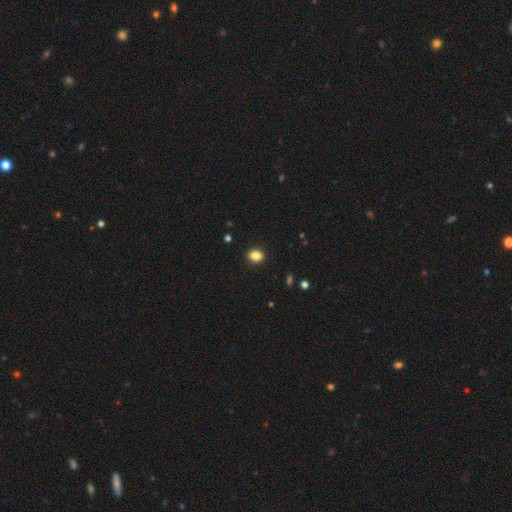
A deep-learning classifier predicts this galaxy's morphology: Overall: smooth (86%). How rounded: in between (57%; round 42%). Merging: none (91%).